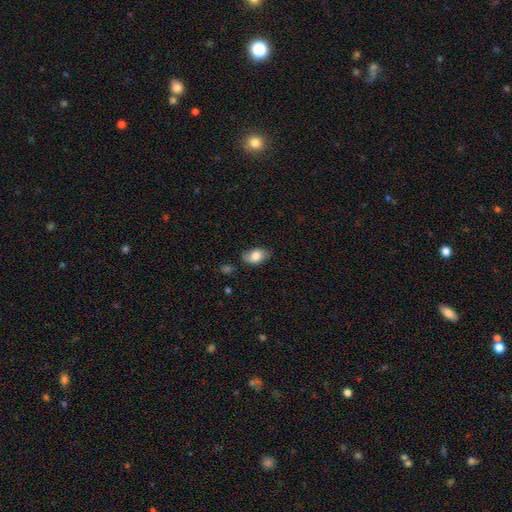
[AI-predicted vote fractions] Morphology: type=smooth (76%); roundness=in between (89%); merging=none (73%).